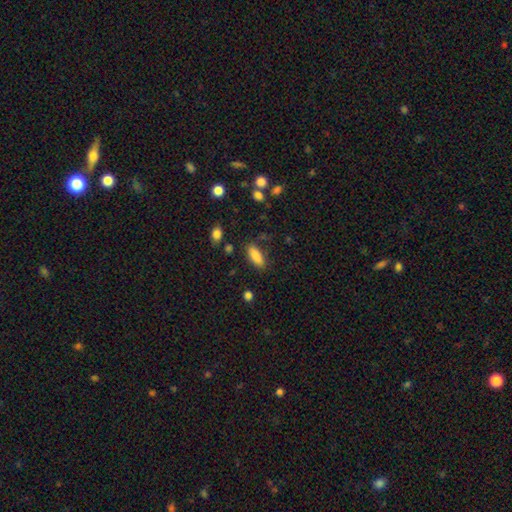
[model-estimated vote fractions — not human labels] Morphology: type=smooth (86%); roundness=in between (75%); merging=none (77%).